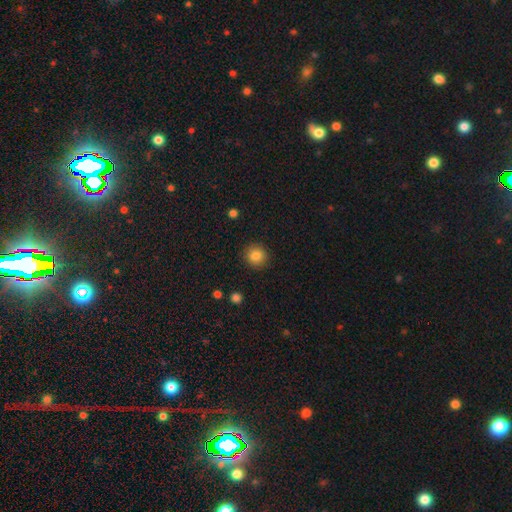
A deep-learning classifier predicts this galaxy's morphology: Smooth or featured? smooth (84%)
How rounded? round (91%)
Merging? none (91%)